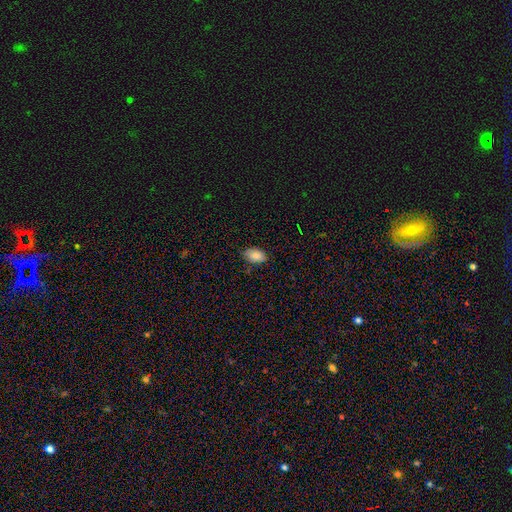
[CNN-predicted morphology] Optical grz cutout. It shows a smooth galaxy with no disk features (83%) that is in between round and cigar-shaped (90%). Merging: none (79%).